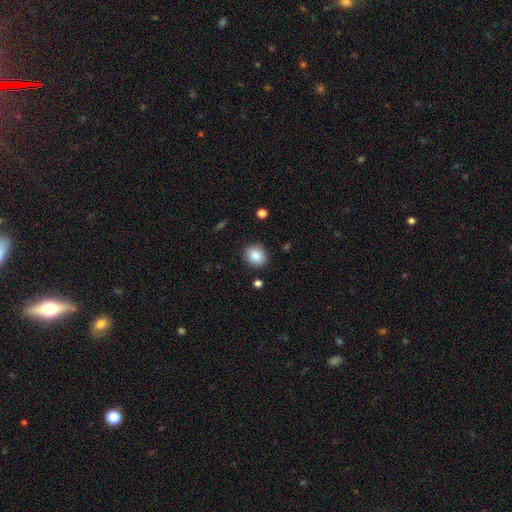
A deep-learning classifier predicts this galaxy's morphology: type=smooth (86%); roundness=round (75%); merging=none (88%).